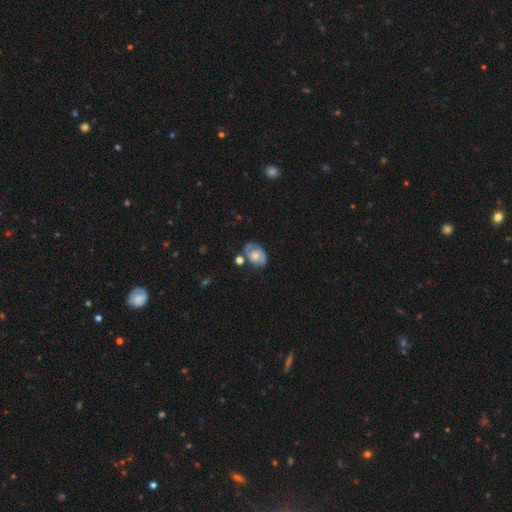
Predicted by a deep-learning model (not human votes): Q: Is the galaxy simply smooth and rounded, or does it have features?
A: smooth — 48%.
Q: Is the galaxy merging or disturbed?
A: none — 58%.